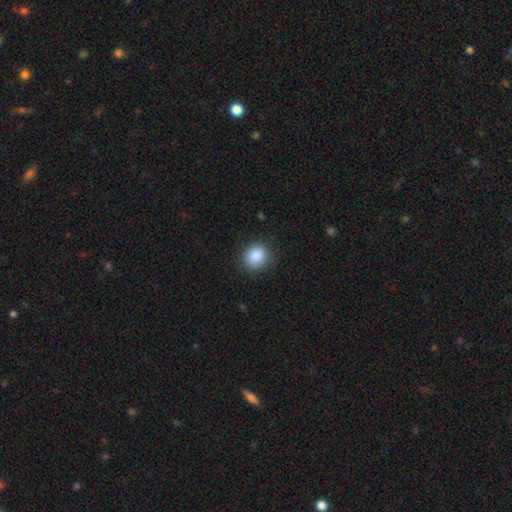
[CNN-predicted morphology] smooth-or-featured: smooth: 87% | star or artifact: 8% | featured or disk: 4%
  how-rounded: round: 66% | in between: 33% | cigar-shaped: 1%
  merging: none: 81% | minor disturbance: 14% | major disturbance: 4% | merger: 1%